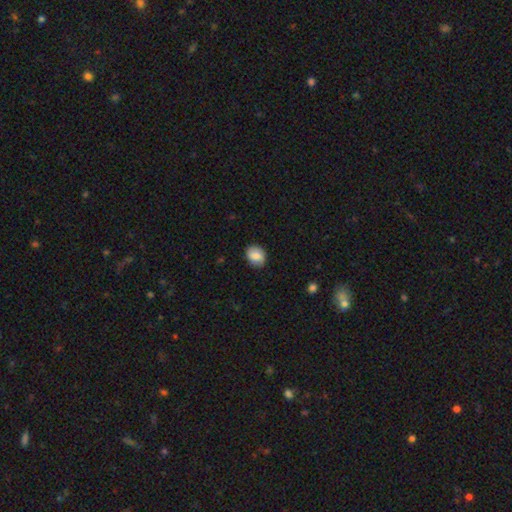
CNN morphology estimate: The model was most divided on "how rounded": in between: 51%, round: 48%, cigar-shaped: 1%. More confident: merging — none (87%); smooth or featured — smooth (84%).